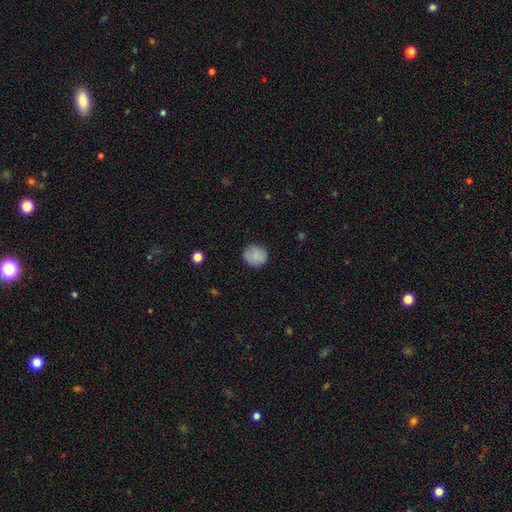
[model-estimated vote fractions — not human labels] smooth_or_featured: smooth (p=0.84) [alt: featured or disk p=0.08]
how_rounded: round (p=0.84) [alt: in between p=0.15]
merging: none (p=0.84) [alt: minor disturbance p=0.12]